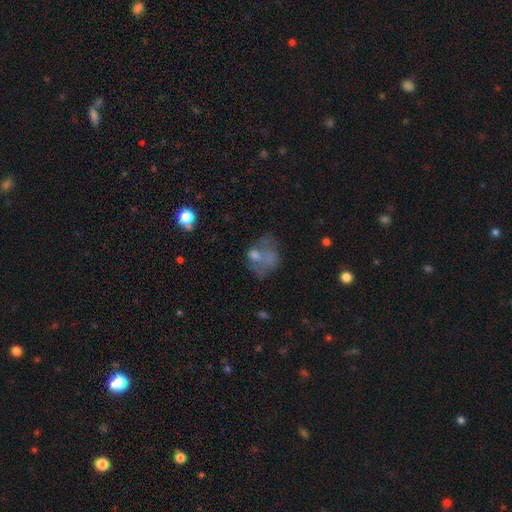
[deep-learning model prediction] Smooth or featured?
  - featured or disk: 40% *
  - smooth: 39%
  - star or artifact: 21%
Merging?
  - none: 38% *
  - major disturbance: 25%
  - minor disturbance: 19%
  - merger: 18%